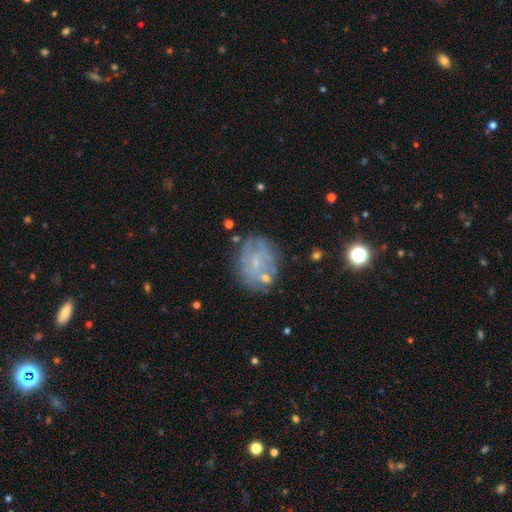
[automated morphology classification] Smooth or featured: featured or disk — 68% (smooth — 23%)
Edge-on disk: no — 98% (yes — 2%)
Bar: no — 66% (weak — 29%)
Spiral arms: yes — 64% (no — 36%)
Bulge size: small — 69% (none — 16%)
Merging: none — 61% (minor disturbance — 21%)